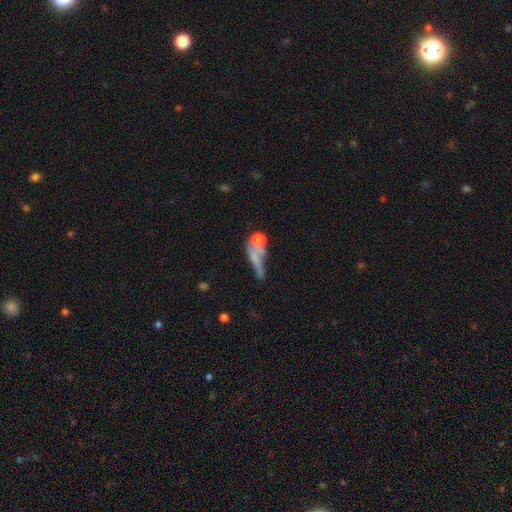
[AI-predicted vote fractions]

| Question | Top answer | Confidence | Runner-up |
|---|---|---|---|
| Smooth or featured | smooth | 54% | featured or disk (33%) |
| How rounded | cigar-shaped | 46% | in between (35%) |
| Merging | merger | 32% | major disturbance (27%) |